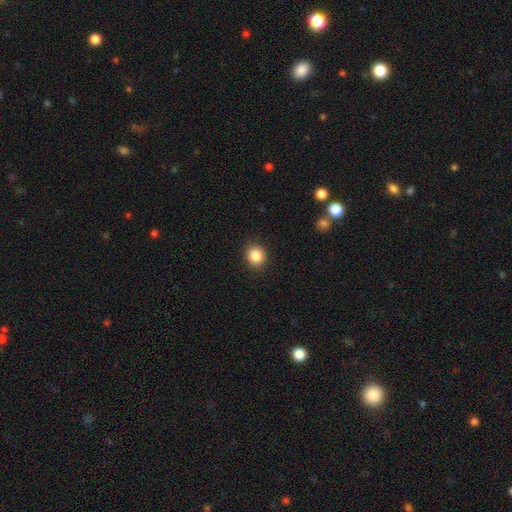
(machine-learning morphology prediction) Smooth or featured? smooth (86%)
How rounded? round (80%)
Merging? none (90%)